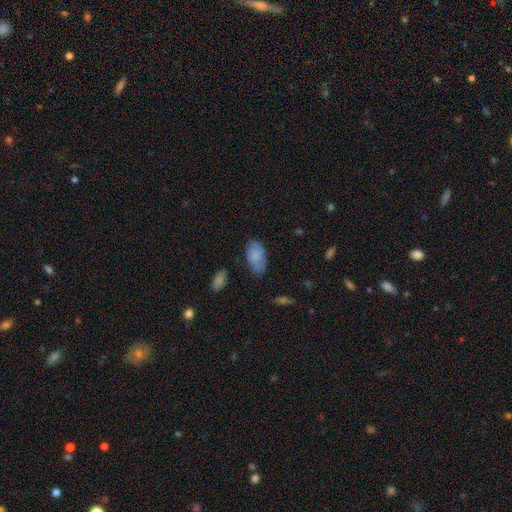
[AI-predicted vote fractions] Smooth or featured?
  - smooth: 81% *
  - featured or disk: 13%
  - star or artifact: 7%
How rounded?
  - in between: 94% *
  - round: 4%
  - cigar-shaped: 2%
Merging?
  - none: 71% *
  - minor disturbance: 22%
  - major disturbance: 5%
  - merger: 3%